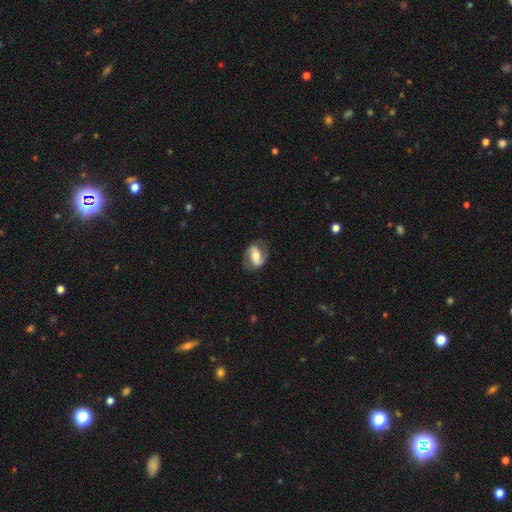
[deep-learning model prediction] Smooth or featured: featured or disk — 65% (smooth — 29%)
Edge-on disk: no — 95% (yes — 5%)
Bar: strong — 45% (weak — 32%)
Spiral arms: yes — 84% (no — 16%)
Spiral winding: medium — 41% (loose — 33%)
Spiral arm count: 2 — 87% (can't tell — 7%)
Bulge size: moderate — 55% (small — 26%)
Merging: none — 75% (minor disturbance — 16%)